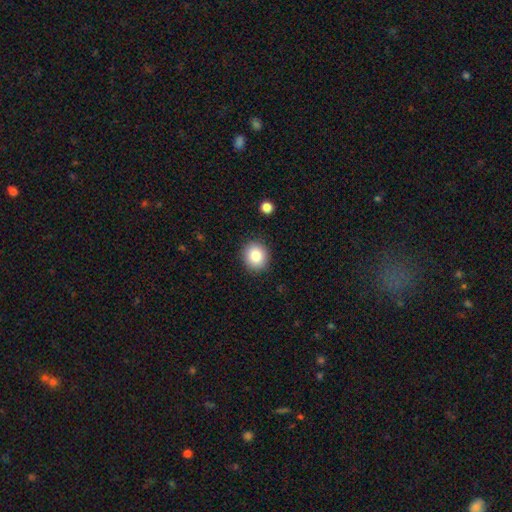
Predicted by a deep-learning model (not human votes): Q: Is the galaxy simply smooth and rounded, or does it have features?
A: smooth — 84%.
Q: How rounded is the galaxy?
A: round — 76%.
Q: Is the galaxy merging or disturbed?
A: none — 89%.